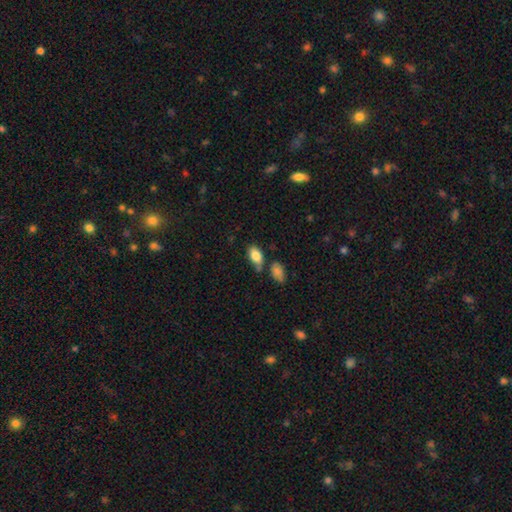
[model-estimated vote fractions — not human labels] Smooth or featured? smooth (83%)
How rounded? in between (90%)
Merging? none (61%)